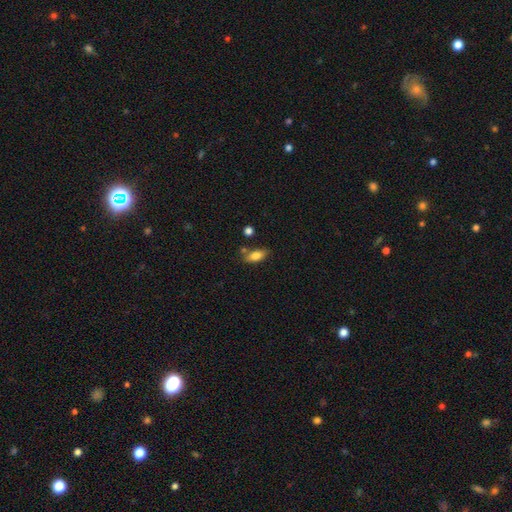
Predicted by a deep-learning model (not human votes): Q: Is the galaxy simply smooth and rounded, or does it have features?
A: smooth — 80%.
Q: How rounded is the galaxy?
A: in between — 84%.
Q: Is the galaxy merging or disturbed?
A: none — 64%.